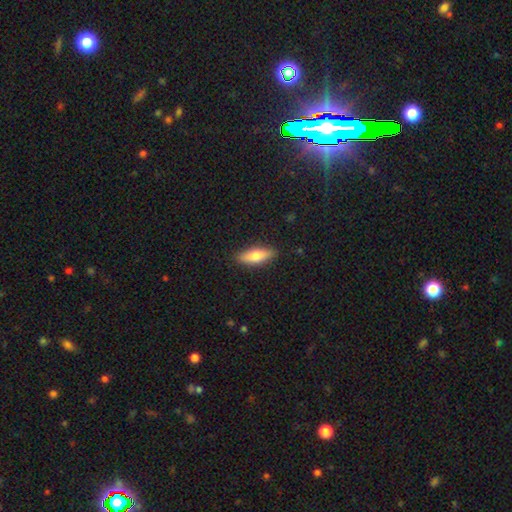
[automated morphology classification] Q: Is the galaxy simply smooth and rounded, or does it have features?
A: smooth — 70%.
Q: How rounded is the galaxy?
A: in between — 57%.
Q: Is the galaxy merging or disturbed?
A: none — 88%.